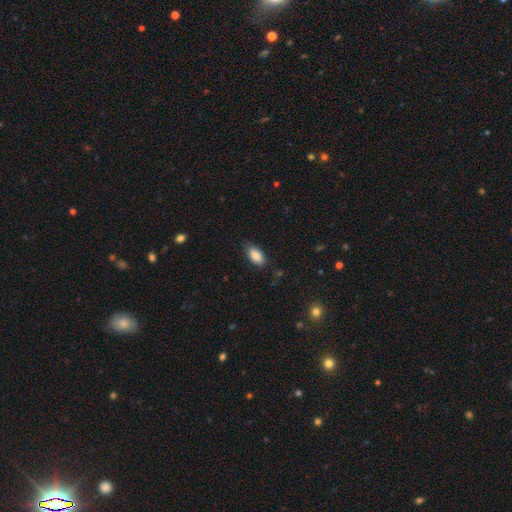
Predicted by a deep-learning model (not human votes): This is clearly a smooth galaxy (87%). How rounded: clearly in between (92%). Merging: likely none (80%).